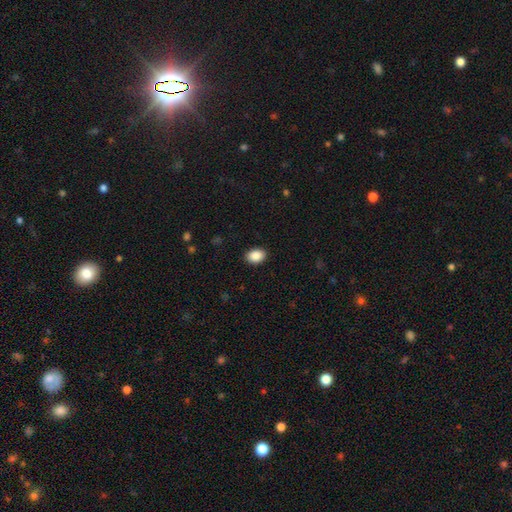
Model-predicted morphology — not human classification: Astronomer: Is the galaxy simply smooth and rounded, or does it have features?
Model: smooth — 89%.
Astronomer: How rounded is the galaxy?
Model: in between — 77%.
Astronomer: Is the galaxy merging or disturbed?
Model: none — 90%.